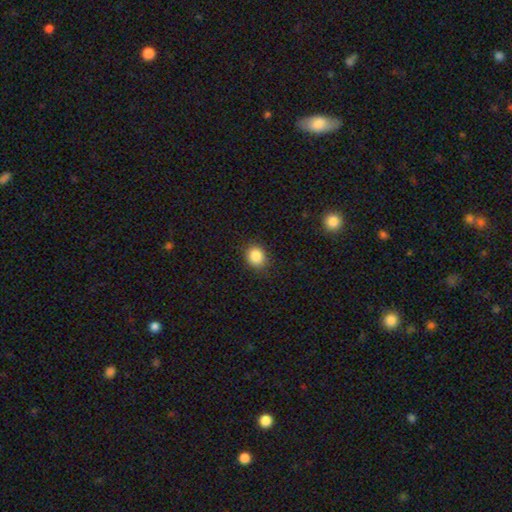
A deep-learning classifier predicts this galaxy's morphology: The model was most divided on "how rounded": round: 73%, in between: 26%, cigar-shaped: 1%. More confident: merging — none (86%); smooth or featured — smooth (86%).